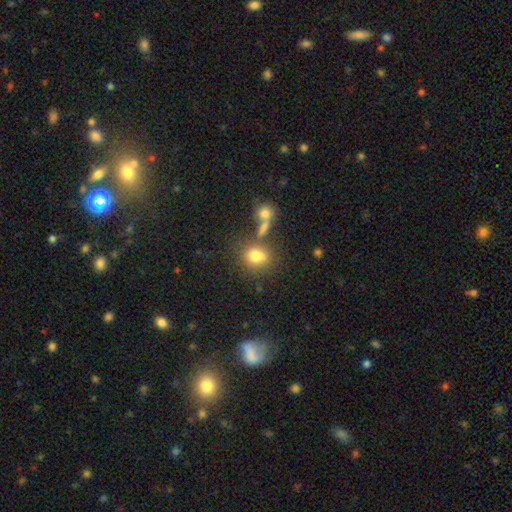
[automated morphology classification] Smooth or featured: smooth — 75% (star or artifact — 13%)
How rounded: round — 63% (in between — 35%)
Merging: none — 57% (merger — 22%)